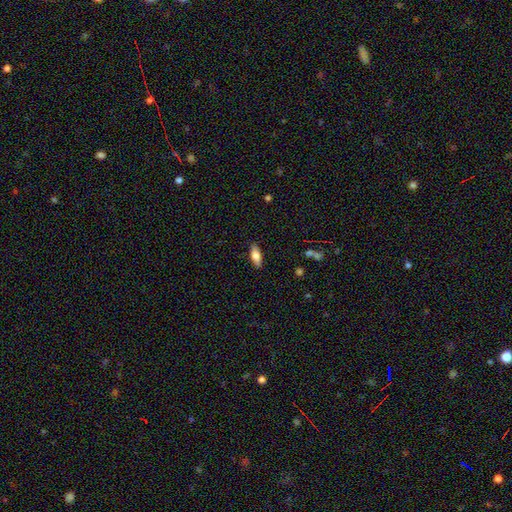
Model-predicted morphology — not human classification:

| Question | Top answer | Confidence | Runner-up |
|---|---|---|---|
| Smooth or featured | smooth | 71% | featured or disk (23%) |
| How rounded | in between | 73% | cigar-shaped (25%) |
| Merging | none | 88% | minor disturbance (9%) |